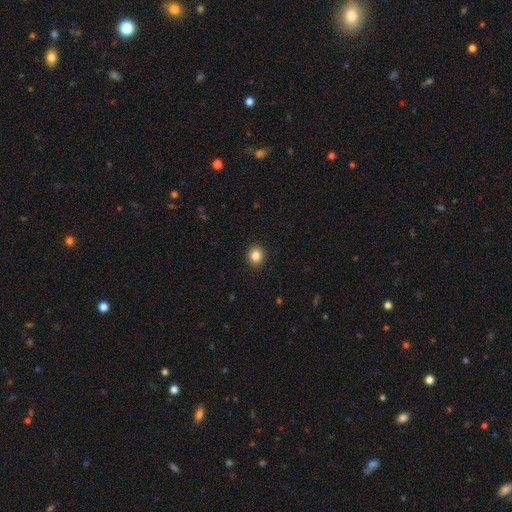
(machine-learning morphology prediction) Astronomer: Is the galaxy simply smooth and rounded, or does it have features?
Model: smooth — 84%.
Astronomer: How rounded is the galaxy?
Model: round — 76%.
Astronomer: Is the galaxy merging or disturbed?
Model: none — 92%.